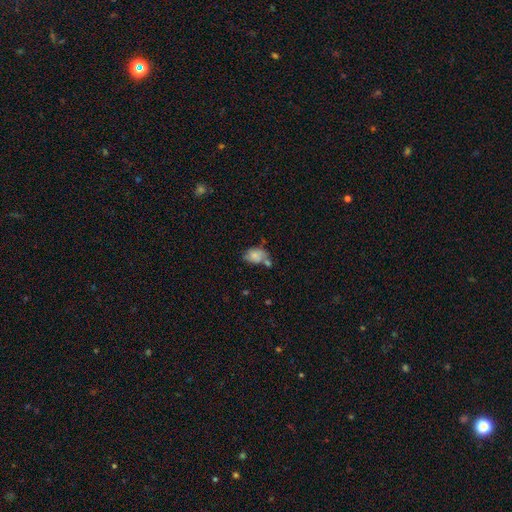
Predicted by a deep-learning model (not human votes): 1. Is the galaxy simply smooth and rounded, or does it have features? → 67% smooth, 24% featured or disk, 9% star or artifact.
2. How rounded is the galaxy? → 81% in between, 17% round, 2% cigar-shaped.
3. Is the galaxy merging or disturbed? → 35% none, 30% merger, 24% minor disturbance, 11% major disturbance.